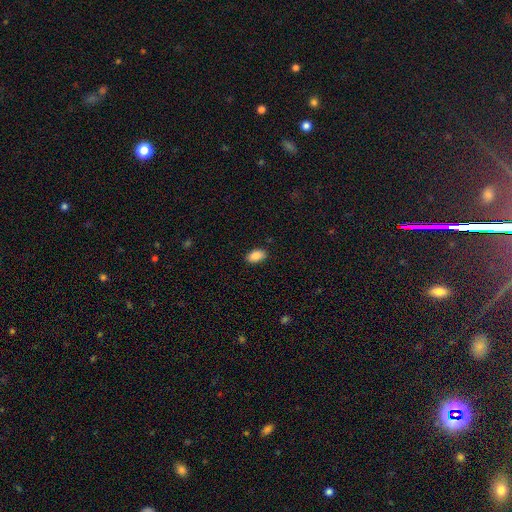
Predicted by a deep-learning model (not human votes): A smooth galaxy with no disk features (88%) that is in between round and cigar-shaped (92%).

Vote fractions:
- Smooth or featured? smooth: 88% / star or artifact: 7% / featured or disk: 5%
- How rounded? in between: 92% / round: 6% / cigar-shaped: 2%
- Merging? none: 88% / minor disturbance: 9% / major disturbance: 2% / merger: 1%